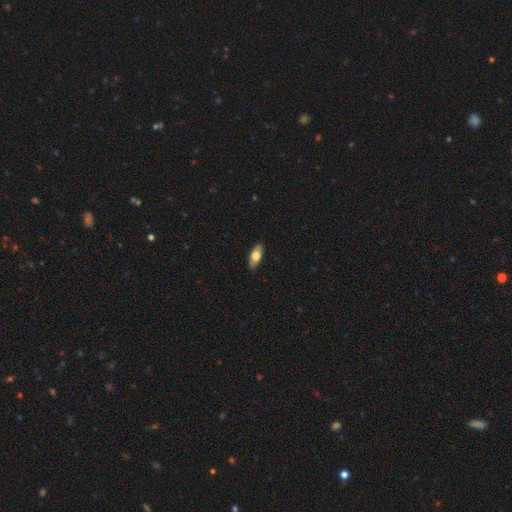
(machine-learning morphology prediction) Overall: smooth (70%). How rounded: in between (81%). Merging: none (88%).